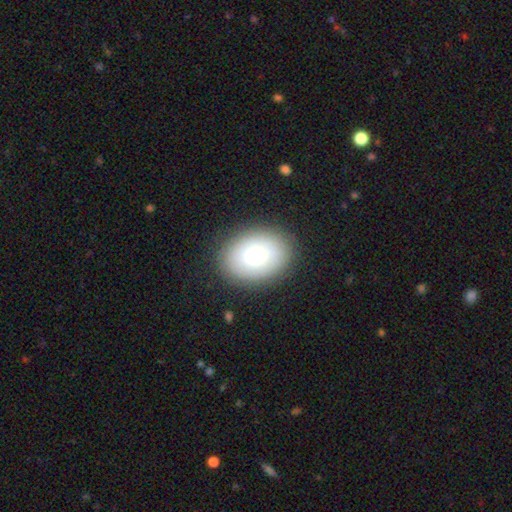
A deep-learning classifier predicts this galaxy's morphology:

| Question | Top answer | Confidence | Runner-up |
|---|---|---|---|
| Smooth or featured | smooth | 76% | featured or disk (16%) |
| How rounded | in between | 68% | round (31%) |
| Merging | none | 87% | minor disturbance (9%) |